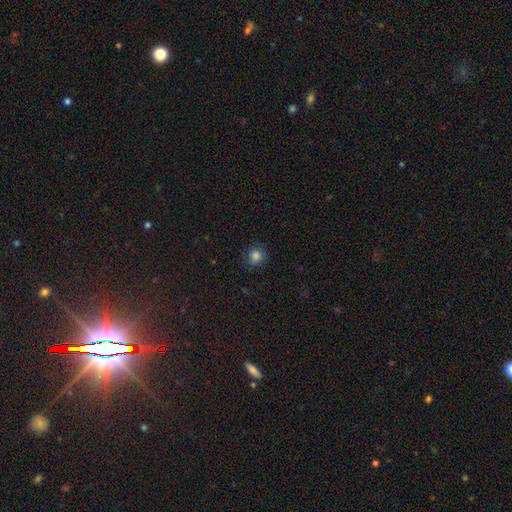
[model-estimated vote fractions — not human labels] Smooth or featured: smooth — 83% (star or artifact — 13%)
How rounded: round — 87% (in between — 12%)
Merging: none — 86% (minor disturbance — 10%)